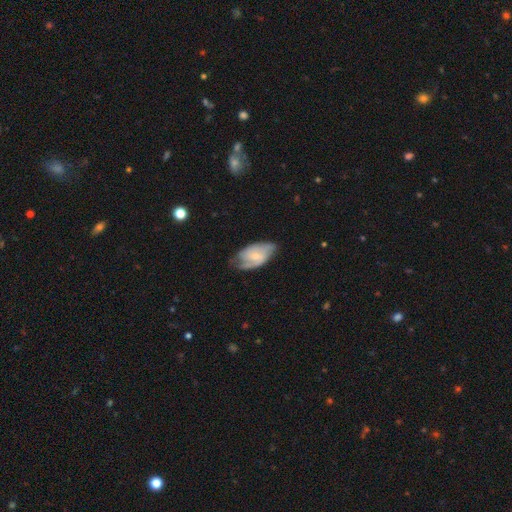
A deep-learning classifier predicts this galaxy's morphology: This appears to be a featured or disk galaxy (70%) with no bar (49%), 2 (66%) medium (46%) spiral arms (91%) and a small central bulge (63%). Merging: none (61%).